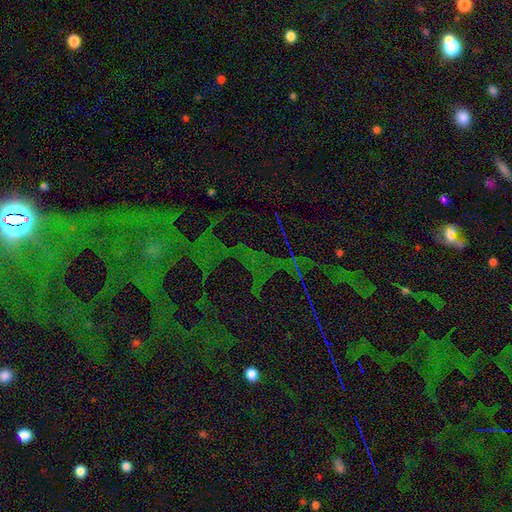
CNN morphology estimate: This appears to be a star or artifact, not a galaxy (75%).